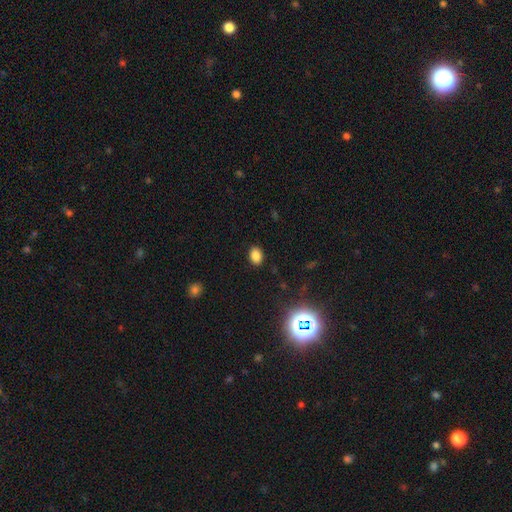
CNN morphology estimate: smooth 82%, star or artifact 13%, featured or disk 5%. Down the decision tree: how rounded — in between (73%); merging — none (89%).